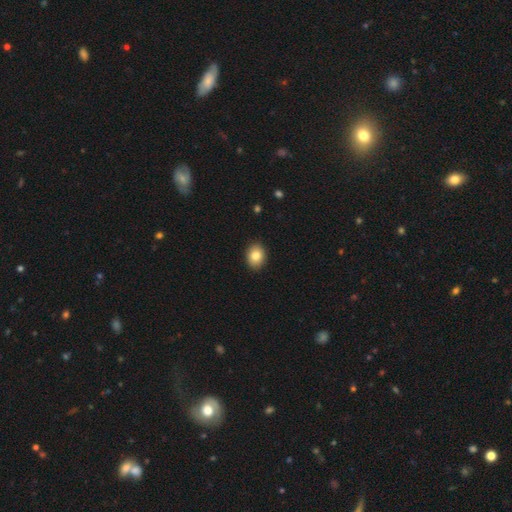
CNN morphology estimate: Overall: smooth (83%). How rounded: in between (57%; round 42%). Merging: none (91%).